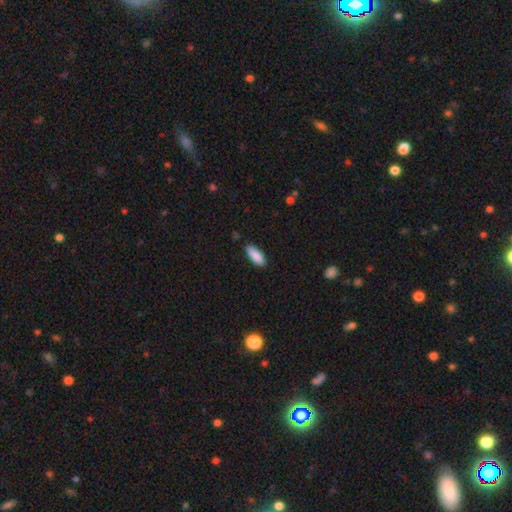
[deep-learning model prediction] Smooth or featured: smooth — 89% (star or artifact — 6%)
How rounded: in between — 75% (cigar-shaped — 23%)
Merging: none — 83% (minor disturbance — 13%)